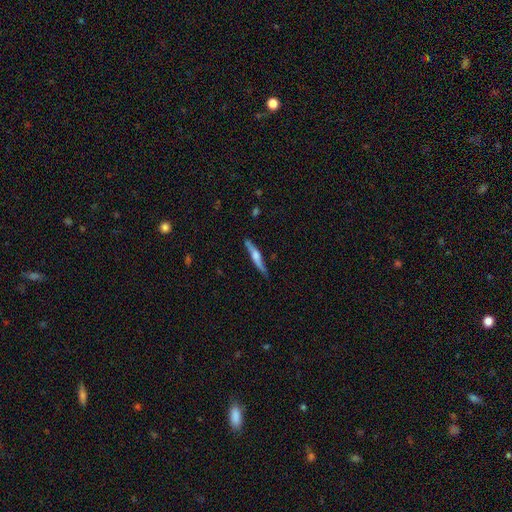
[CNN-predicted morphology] Overall: featured or disk (60%; smooth 34%). Edge-on disk: yes (94%). Edge-on bulge: rounded (78%). Merging: none (81%).